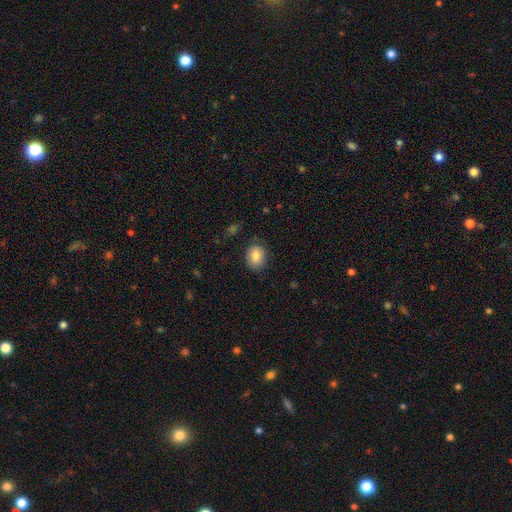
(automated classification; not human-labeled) smooth_or_featured: smooth (p=0.83) [alt: featured or disk p=0.09]
how_rounded: in between (p=0.52) [alt: round p=0.47]
merging: none (p=0.82) [alt: minor disturbance p=0.14]